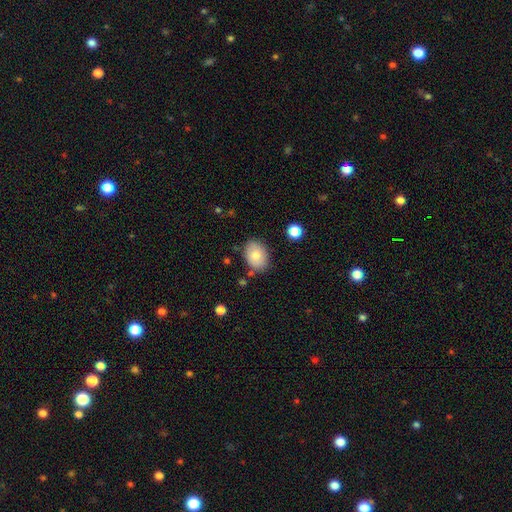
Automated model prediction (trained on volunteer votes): A smooth galaxy with no disk features (80%) that is in between round and cigar-shaped (76%). Merging: none (80%).